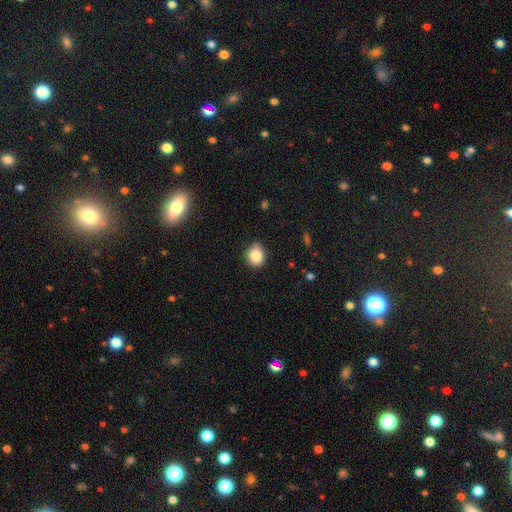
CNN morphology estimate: smooth-or-featured: smooth: 85% | star or artifact: 9% | featured or disk: 6%
  how-rounded: round: 64% | in between: 35% | cigar-shaped: 1%
  merging: none: 79% | minor disturbance: 17% | major disturbance: 3% | merger: 1%